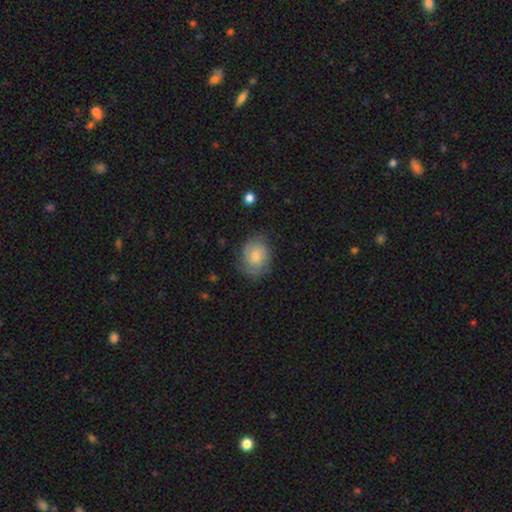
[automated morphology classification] Smooth or featured? smooth (66%)
How rounded? round (64%)
Merging? none (65%)